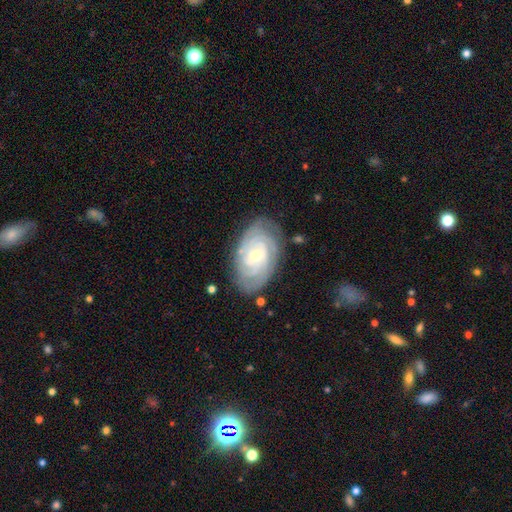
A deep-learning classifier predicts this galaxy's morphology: This appears to be a featured or disk galaxy (84%) with no bar (46%), tight (78%) spiral arms (96%) and a small central bulge (66%). Merging: none (78%).